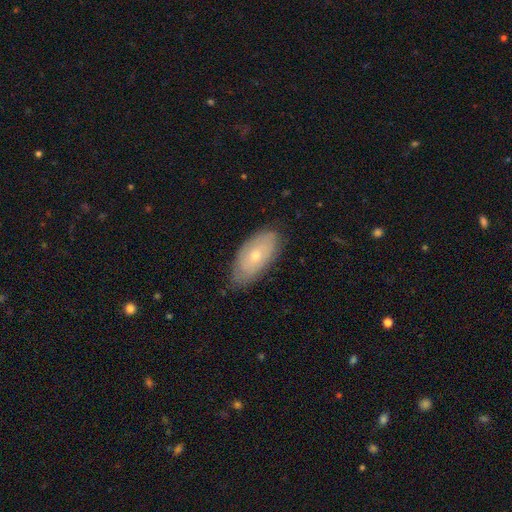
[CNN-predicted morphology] smooth 48%, featured or disk 45%, star or artifact 6%. Down the decision tree: merging — none (76%).